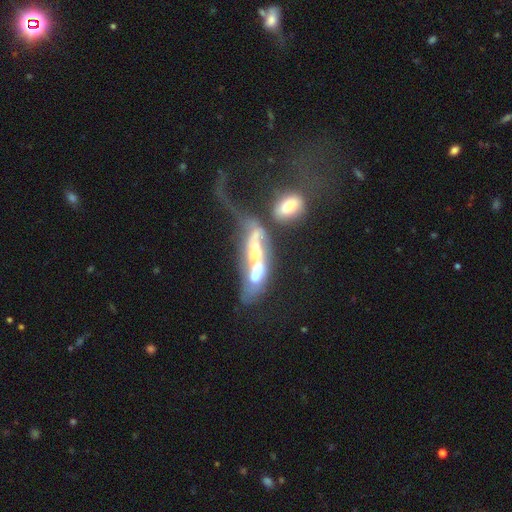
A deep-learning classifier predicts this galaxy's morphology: A featured or disk galaxy (62%).

Vote fractions:
- Smooth or featured? featured or disk: 62% / smooth: 27% / star or artifact: 11%
- Edge-on disk? no: 76% / yes: 24%
- Merging? merger: 65% / major disturbance: 23% / none: 7% / minor disturbance: 5%